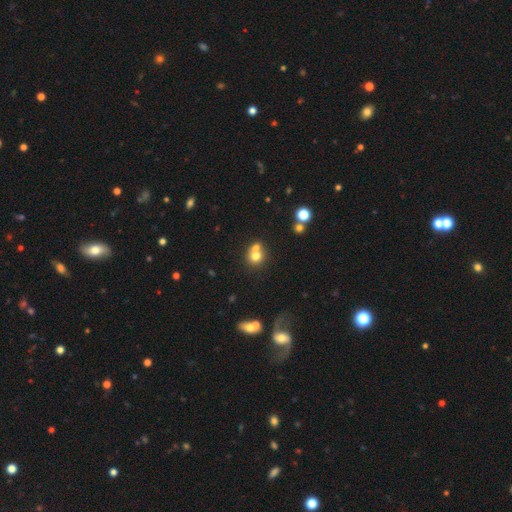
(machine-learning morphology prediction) smooth 71%, featured or disk 16%, star or artifact 14%. Down the decision tree: how rounded — round (81%); merging — merger (47%).